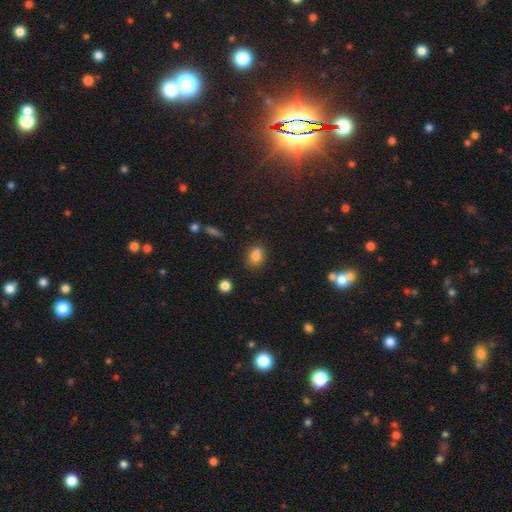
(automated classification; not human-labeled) smooth-or-featured: smooth: 82% | star or artifact: 11% | featured or disk: 7%
  how-rounded: in between: 66% | round: 32% | cigar-shaped: 2%
  merging: none: 74% | minor disturbance: 16% | merger: 7% | major disturbance: 4%